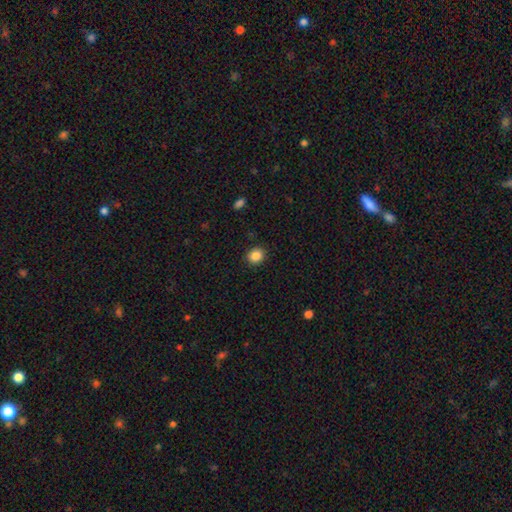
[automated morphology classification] The model was most divided on "how rounded": round: 72%, in between: 27%, cigar-shaped: 1%. More confident: merging — none (90%); smooth or featured — smooth (86%).